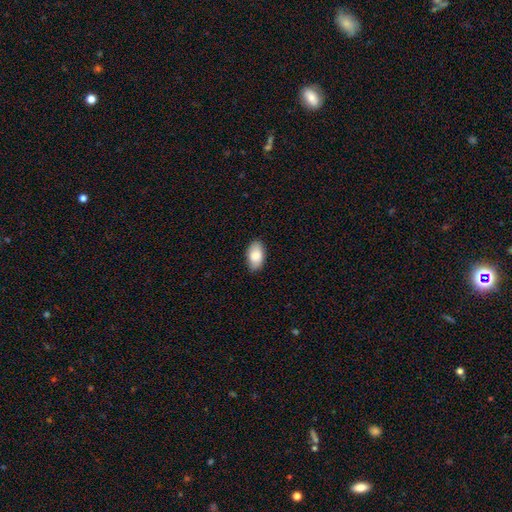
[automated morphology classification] smooth-or-featured: smooth: 84% | featured or disk: 9% | star or artifact: 6%
  how-rounded: in between: 94% | round: 4% | cigar-shaped: 2%
  merging: none: 86% | minor disturbance: 11% | major disturbance: 2% | merger: 1%